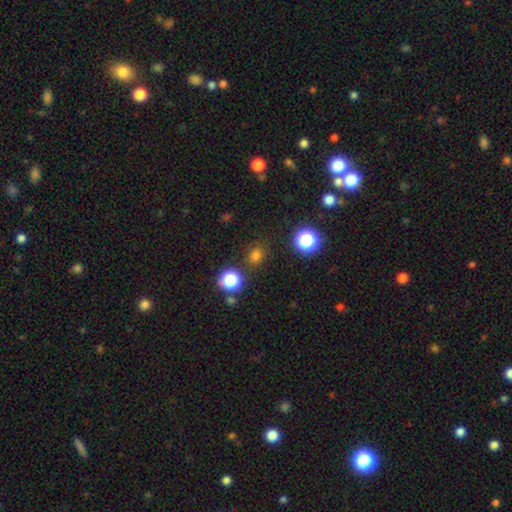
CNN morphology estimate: type=smooth (72%); roundness=round (71%); merging=none (83%).